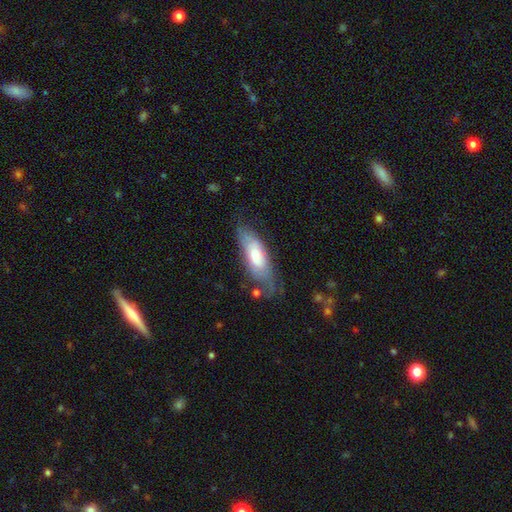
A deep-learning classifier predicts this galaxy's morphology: Overall: smooth (59%; featured or disk 35%). How rounded: in between (69%). Merging: none (52%; minor disturbance 29%).